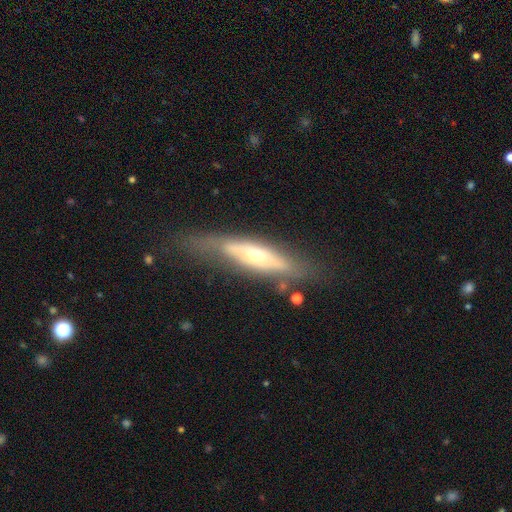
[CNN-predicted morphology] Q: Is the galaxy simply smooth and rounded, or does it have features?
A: featured or disk — 61%.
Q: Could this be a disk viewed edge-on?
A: yes — 59%.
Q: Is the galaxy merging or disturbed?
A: none — 64%.